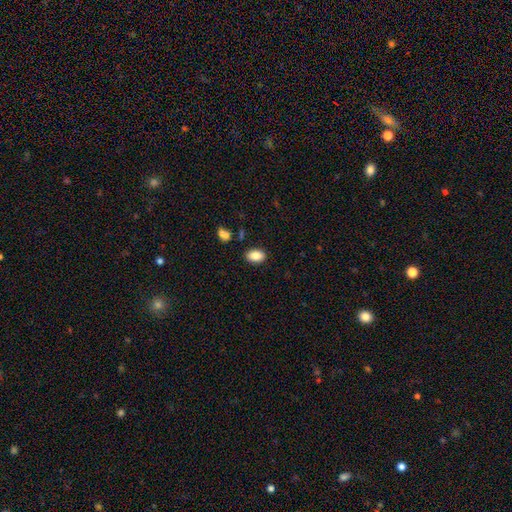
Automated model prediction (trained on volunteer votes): The model was most divided on "smooth or featured": smooth: 85%, star or artifact: 8%, featured or disk: 7%. More confident: how rounded — in between (88%); merging — none (87%).